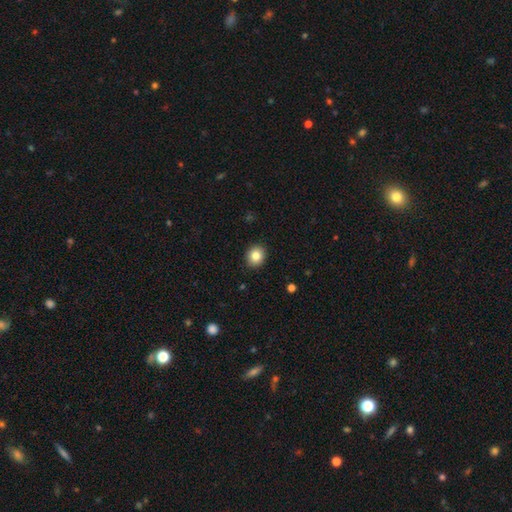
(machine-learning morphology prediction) A smooth galaxy with no disk features (83%) that is round (78%).

Vote fractions:
- Smooth or featured? smooth: 83% / star or artifact: 10% / featured or disk: 7%
- How rounded? round: 78% / in between: 21% / cigar-shaped: 1%
- Merging? none: 92% / minor disturbance: 6% / major disturbance: 2% / merger: 1%